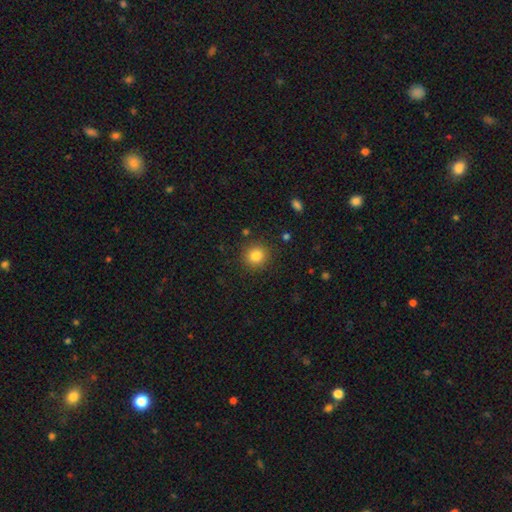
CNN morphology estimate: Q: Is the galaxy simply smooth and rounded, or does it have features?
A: smooth — 83%.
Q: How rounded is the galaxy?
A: round — 90%.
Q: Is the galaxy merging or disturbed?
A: none — 89%.